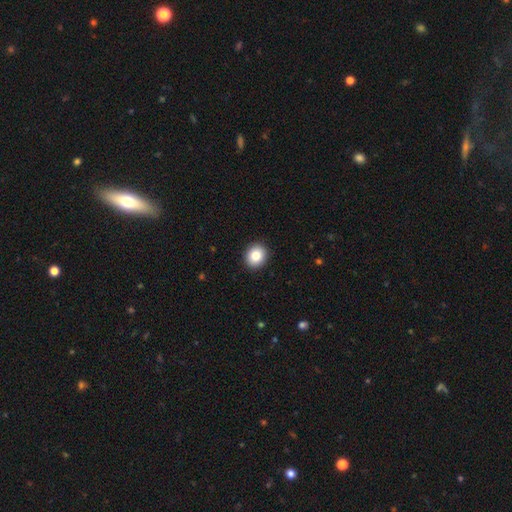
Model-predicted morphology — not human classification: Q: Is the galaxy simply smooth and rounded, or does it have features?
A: smooth — 83%.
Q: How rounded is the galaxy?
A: round — 75%.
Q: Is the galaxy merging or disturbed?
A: none — 92%.